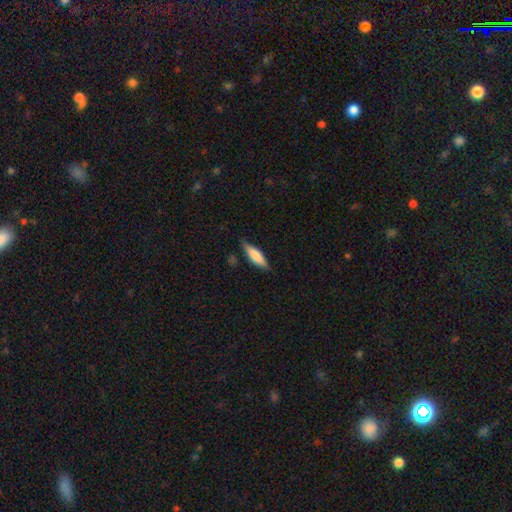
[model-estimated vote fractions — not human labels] This appears to be a smooth galaxy with no disk features (66%) that is cigar-shaped (59%). Merging: none (80%).